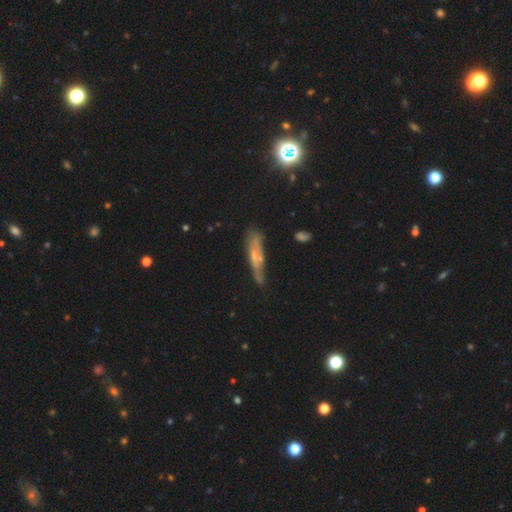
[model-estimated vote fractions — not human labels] Overall: featured or disk (46%; smooth 44%). Merging: none (53%; minor disturbance 29%).